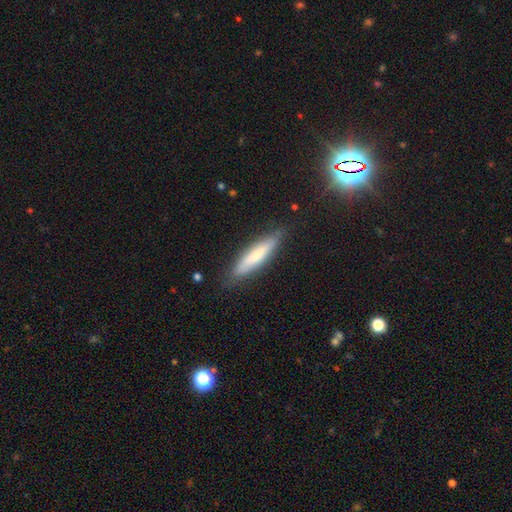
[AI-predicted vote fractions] smooth-or-featured: smooth: 64% | featured or disk: 30% | star or artifact: 6%
  how-rounded: cigar-shaped: 83% | in between: 16% | round: 1%
  merging: none: 83% | minor disturbance: 13% | major disturbance: 3% | merger: 1%